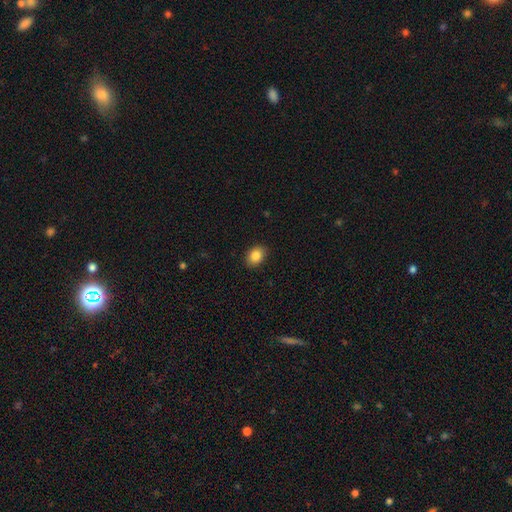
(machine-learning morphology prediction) This appears to be a smooth galaxy with no disk features (86%) that is in between round and cigar-shaped (67%). Merging: none (88%).